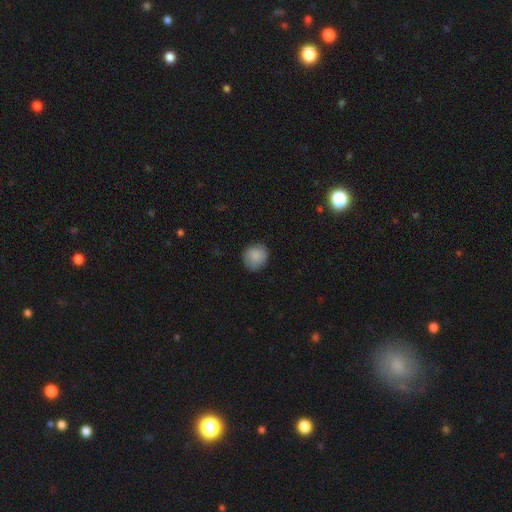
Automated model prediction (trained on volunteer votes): Smooth or featured? smooth (87%)
How rounded? round (85%)
Merging? none (82%)